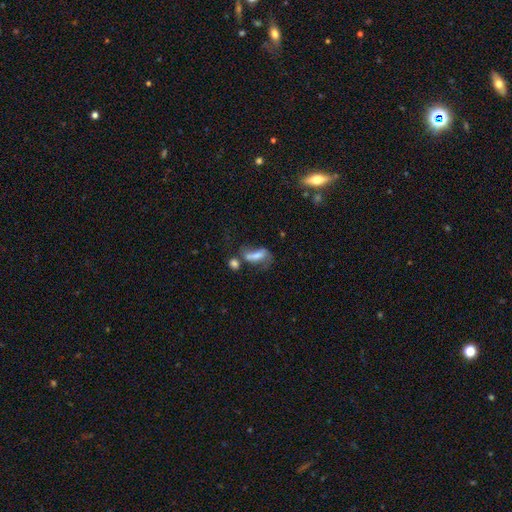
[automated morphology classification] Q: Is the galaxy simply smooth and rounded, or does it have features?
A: smooth — 55%.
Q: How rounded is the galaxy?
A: in between — 70%.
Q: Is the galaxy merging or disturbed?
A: merger — 34%.